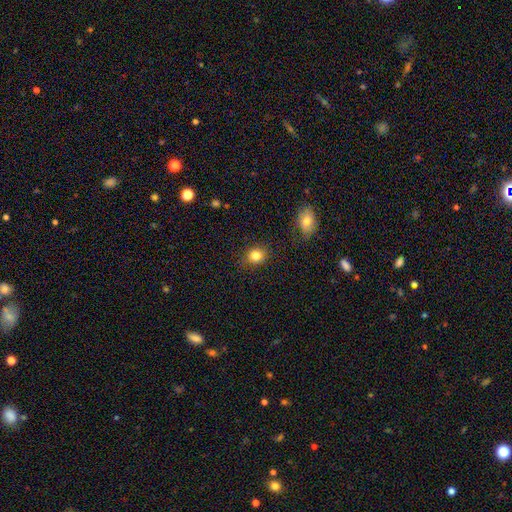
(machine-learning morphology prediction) Smooth or featured: smooth — 83% (star or artifact — 11%)
How rounded: round — 69% (in between — 30%)
Merging: none — 85% (minor disturbance — 10%)